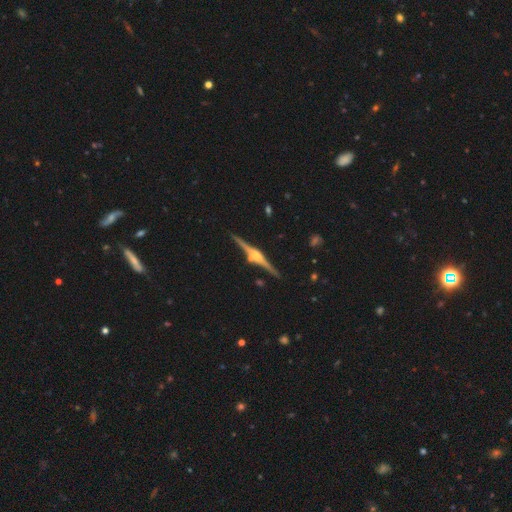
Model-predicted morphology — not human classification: This appears to be a featured or disk galaxy (88%) viewed edge-on (98%) with a rounded central bulge (89%). Merging: none (88%).